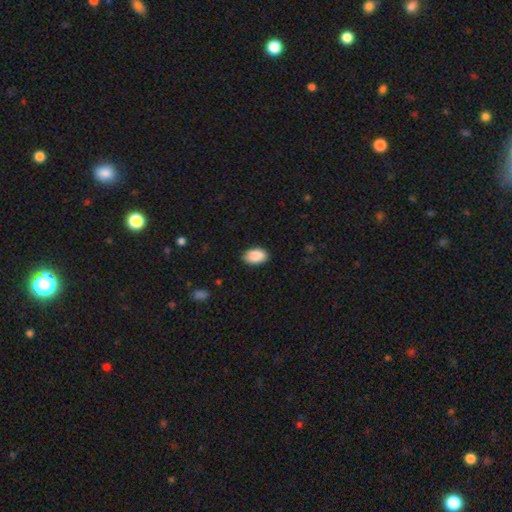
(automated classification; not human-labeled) Q: Smooth or featured?
A: smooth (90%); runner-up: star or artifact (6%)
Q: How rounded?
A: in between (93%); runner-up: round (6%)
Q: Merging?
A: none (86%); runner-up: minor disturbance (11%)